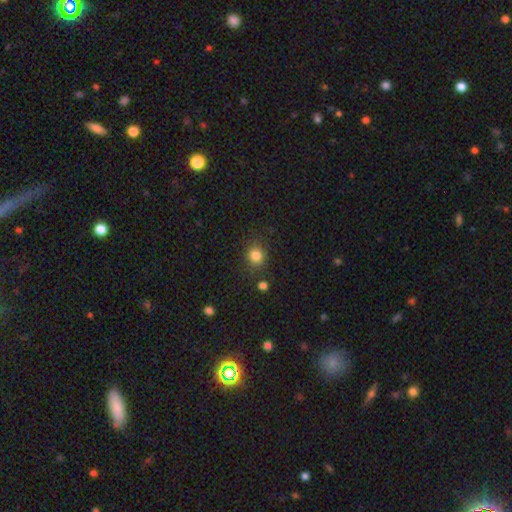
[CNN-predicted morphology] Smooth or featured?
  - smooth: 83% *
  - star or artifact: 12%
  - featured or disk: 5%
How rounded?
  - round: 81% *
  - in between: 18%
  - cigar-shaped: 1%
Merging?
  - none: 83% *
  - minor disturbance: 10%
  - merger: 4%
  - major disturbance: 3%